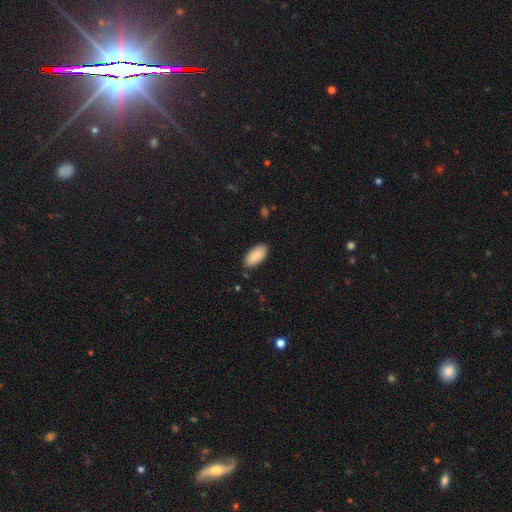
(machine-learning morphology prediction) A smooth galaxy with no disk features (90%) that is in between round and cigar-shaped (93%).

Vote fractions:
- Smooth or featured? smooth: 90% / star or artifact: 6% / featured or disk: 4%
- How rounded? in between: 93% / cigar-shaped: 6% / round: 2%
- Merging? none: 87% / minor disturbance: 10% / major disturbance: 2% / merger: 1%